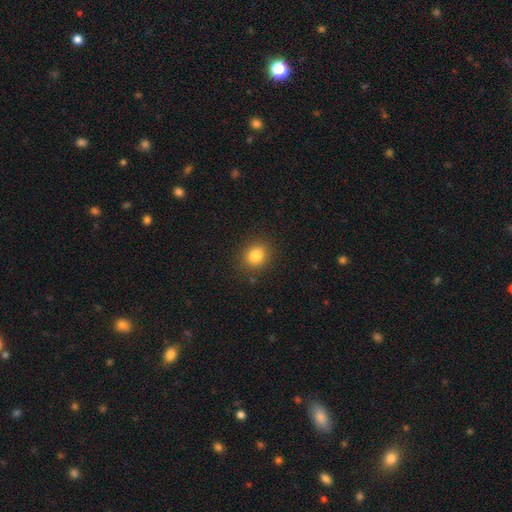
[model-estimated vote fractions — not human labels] A smooth galaxy with no disk features (83%) that is round (72%). Merging: none (88%).